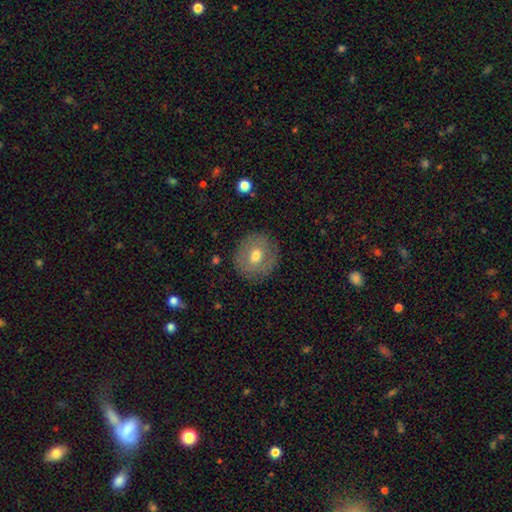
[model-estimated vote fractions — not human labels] The model was most divided on "smooth or featured": smooth: 60%, featured or disk: 31%, star or artifact: 8%. More confident: merging — none (85%); how rounded — round (82%).